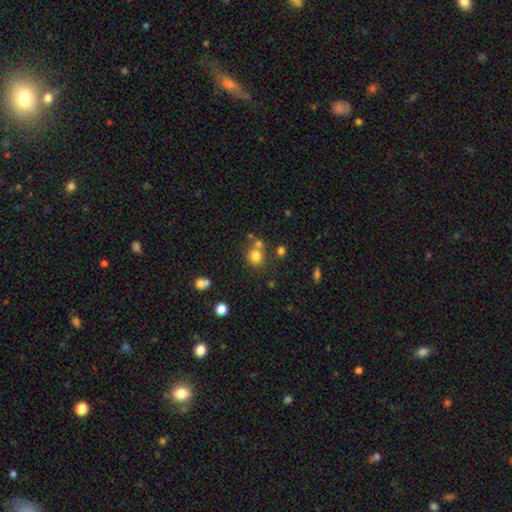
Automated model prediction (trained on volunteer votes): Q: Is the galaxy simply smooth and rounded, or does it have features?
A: smooth — 77%.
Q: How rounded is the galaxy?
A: round — 83%.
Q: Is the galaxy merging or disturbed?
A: none — 62%.